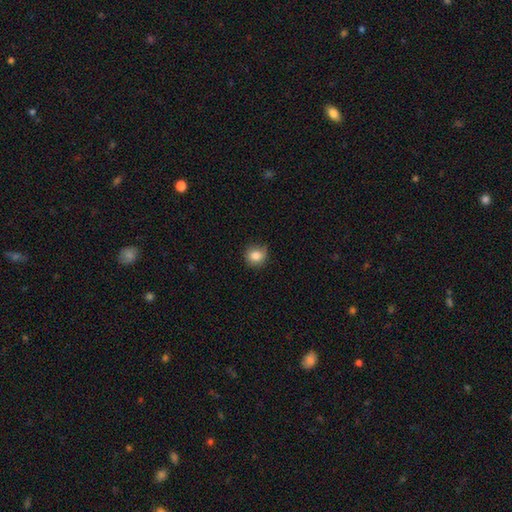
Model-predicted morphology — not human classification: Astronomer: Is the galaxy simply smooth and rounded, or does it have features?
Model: smooth — 83%.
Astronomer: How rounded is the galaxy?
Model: round — 78%.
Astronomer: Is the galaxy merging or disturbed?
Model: none — 73%.